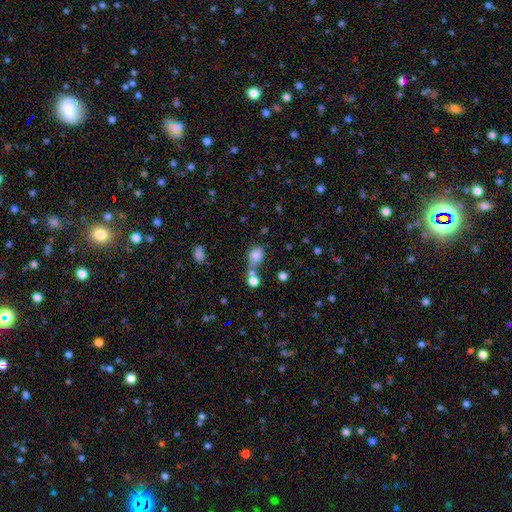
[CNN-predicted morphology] A smooth galaxy with no disk features (80%) that is round (50%).

Vote fractions:
- Smooth or featured? smooth: 80% / star or artifact: 13% / featured or disk: 7%
- How rounded? round: 50% / in between: 48% / cigar-shaped: 2%
- Merging? none: 42% / merger: 32% / minor disturbance: 17% / major disturbance: 10%